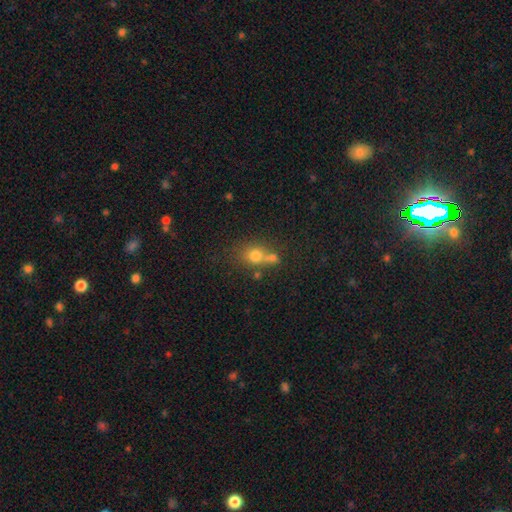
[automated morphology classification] Overall: smooth (72%). How rounded: round (69%; in between 29%). Merging: merger (46%; none 38%).